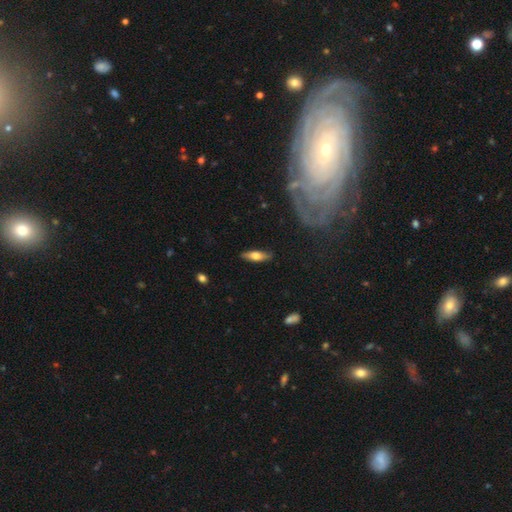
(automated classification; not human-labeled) Overall: smooth (59%; featured or disk 35%). How rounded: in between (54%; cigar-shaped 44%). Merging: none (85%).